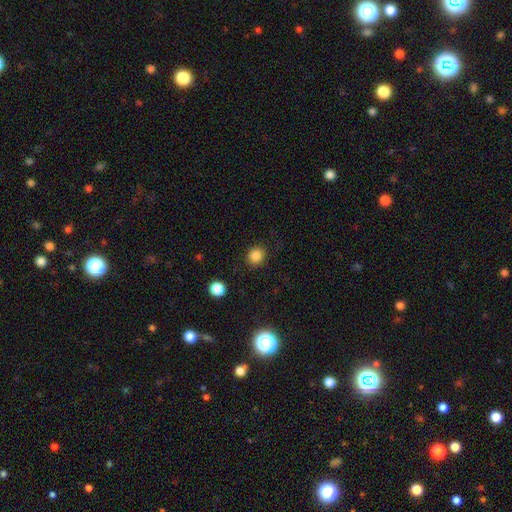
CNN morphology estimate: This is clearly a smooth galaxy (85%). How rounded: clearly round (84%). Merging: clearly none (88%).